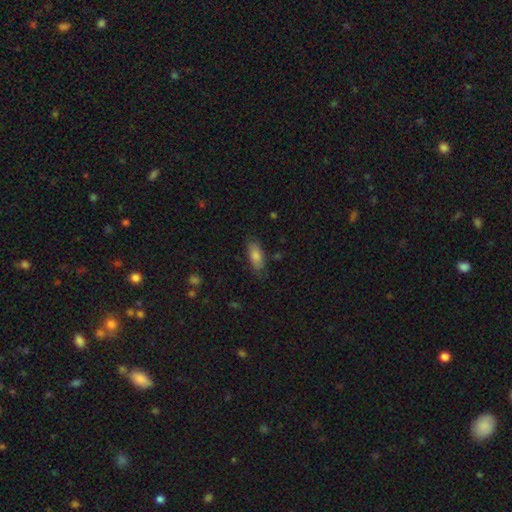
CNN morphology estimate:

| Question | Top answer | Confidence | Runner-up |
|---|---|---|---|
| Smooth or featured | smooth | 78% | featured or disk (14%) |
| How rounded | in between | 76% | cigar-shaped (22%) |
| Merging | none | 79% | minor disturbance (16%) |